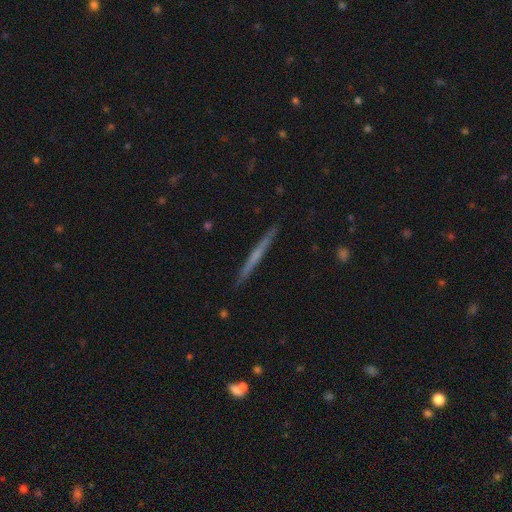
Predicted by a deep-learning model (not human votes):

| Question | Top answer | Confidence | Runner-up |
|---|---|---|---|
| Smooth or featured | featured or disk | 54% | smooth (40%) |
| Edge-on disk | yes | 98% | no (2%) |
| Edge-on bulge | none | 77% | rounded (18%) |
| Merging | none | 92% | minor disturbance (6%) |